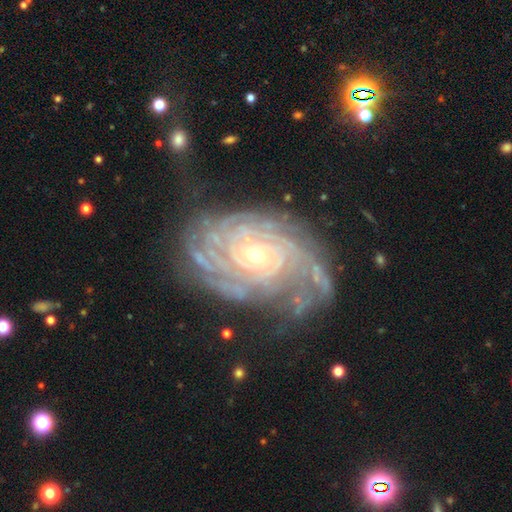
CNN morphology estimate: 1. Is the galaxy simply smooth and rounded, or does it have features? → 90% featured or disk, 6% star or artifact, 4% smooth.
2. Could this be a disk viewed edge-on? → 97% no, 3% yes.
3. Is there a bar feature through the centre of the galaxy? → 70% no, 22% weak, 8% strong.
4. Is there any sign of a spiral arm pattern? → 97% yes, 3% no.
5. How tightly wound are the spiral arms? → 79% tight, 17% medium, 4% loose.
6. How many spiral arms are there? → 29% can't tell, 21% more than 4, 19% 4, 13% 3, 10% 2, 8% 1.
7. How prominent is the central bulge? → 55% small, 42% moderate, 2% large, 1% none, 1% dominant.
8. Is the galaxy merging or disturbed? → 67% none, 20% minor disturbance, 10% major disturbance, 2% merger.